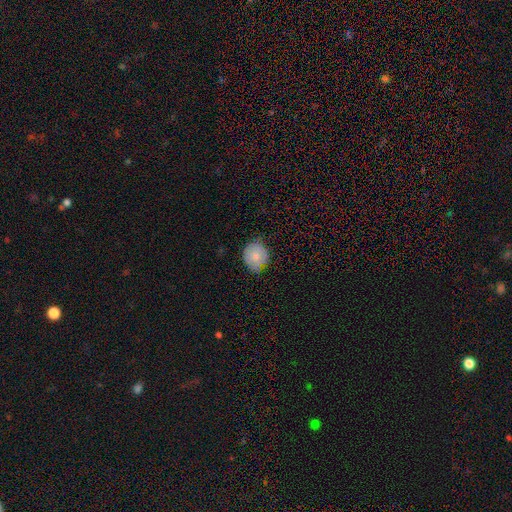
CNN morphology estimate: The model was most divided on "merging": none: 66%, minor disturbance: 29%, major disturbance: 4%, merger: 1%. More confident: smooth or featured — smooth (71%); how rounded — round (69%).